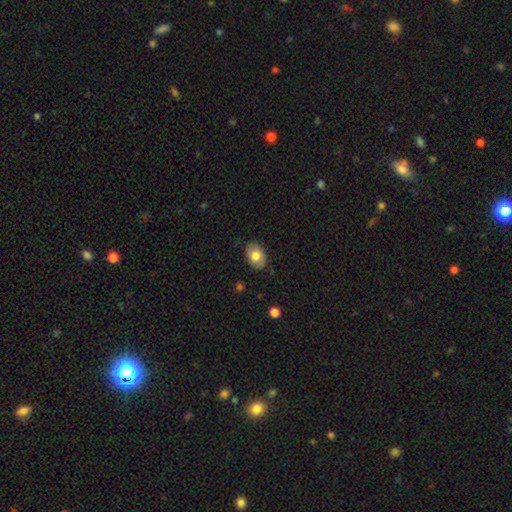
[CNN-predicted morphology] Smooth or featured: smooth — 75% (featured or disk — 18%)
How rounded: in between — 81% (round — 18%)
Merging: none — 84% (minor disturbance — 13%)